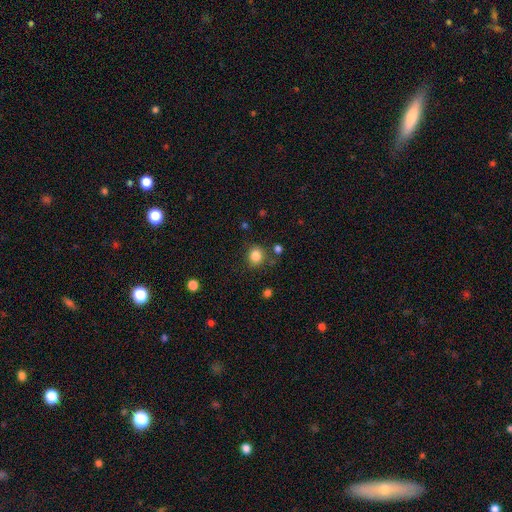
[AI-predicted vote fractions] Morphology: type=smooth (84%); roundness=round (78%); merging=none (79%).